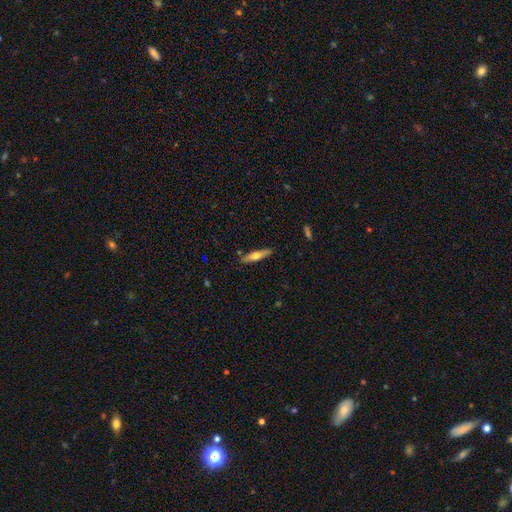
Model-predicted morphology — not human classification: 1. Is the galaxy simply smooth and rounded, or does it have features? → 50% smooth, 44% featured or disk, 6% star or artifact.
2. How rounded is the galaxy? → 81% cigar-shaped, 17% in between, 2% round.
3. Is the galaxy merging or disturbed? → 87% none, 10% minor disturbance, 2% major disturbance, 2% merger.